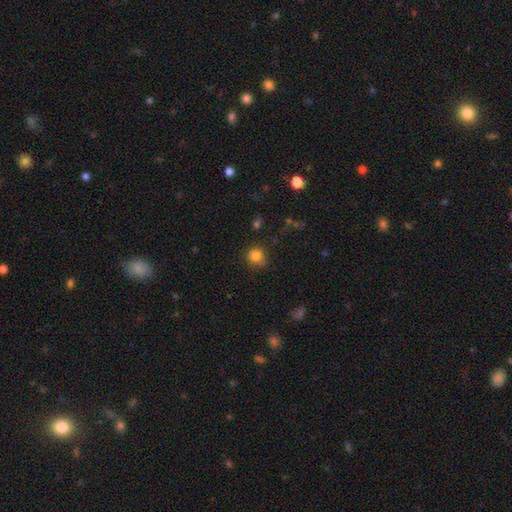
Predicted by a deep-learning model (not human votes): Smooth or featured? smooth (83%)
How rounded? round (89%)
Merging? none (75%)